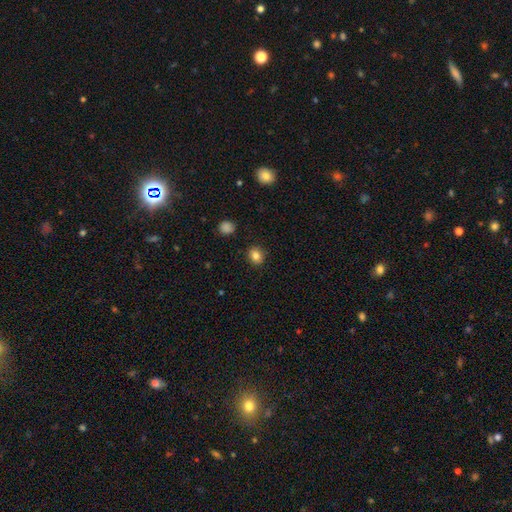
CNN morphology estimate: Overall: smooth (83%). How rounded: round (74%). Merging: none (90%).